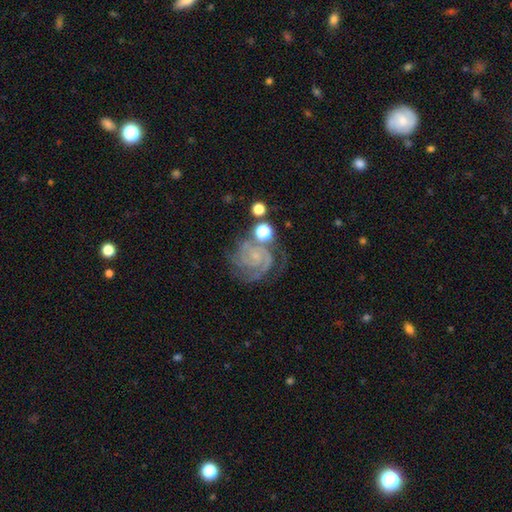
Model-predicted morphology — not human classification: Smooth or featured? featured or disk (86%)
Edge-on disk? no (98%)
Bar? no (68%)
Spiral arms? yes (98%)
Spiral winding? tight (70%)
Spiral arm count? 2 (40%)
Bulge size? small (71%)
Merging? none (64%)